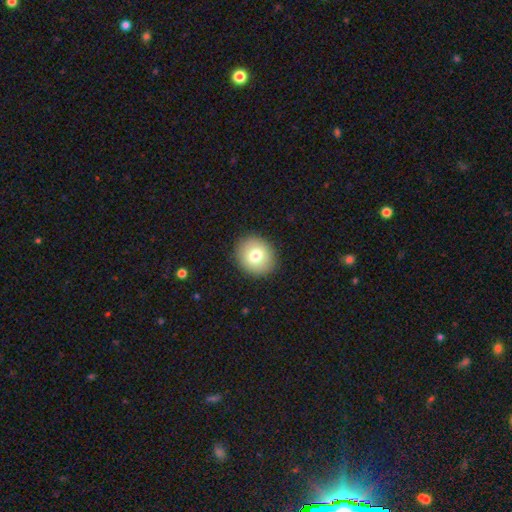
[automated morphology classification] Q: Smooth or featured?
A: smooth (77%); runner-up: featured or disk (14%)
Q: How rounded?
A: round (80%); runner-up: in between (20%)
Q: Merging?
A: none (91%); runner-up: minor disturbance (6%)